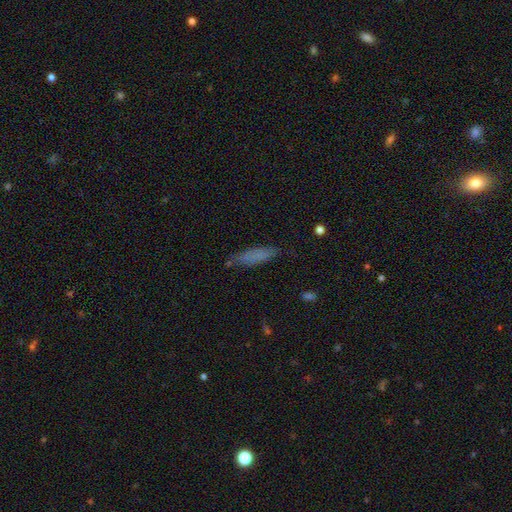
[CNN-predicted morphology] Smooth or featured?
  - smooth: 74% *
  - featured or disk: 16%
  - star or artifact: 10%
How rounded?
  - cigar-shaped: 65% *
  - in between: 33%
  - round: 2%
Merging?
  - none: 73% *
  - minor disturbance: 19%
  - major disturbance: 5%
  - merger: 2%